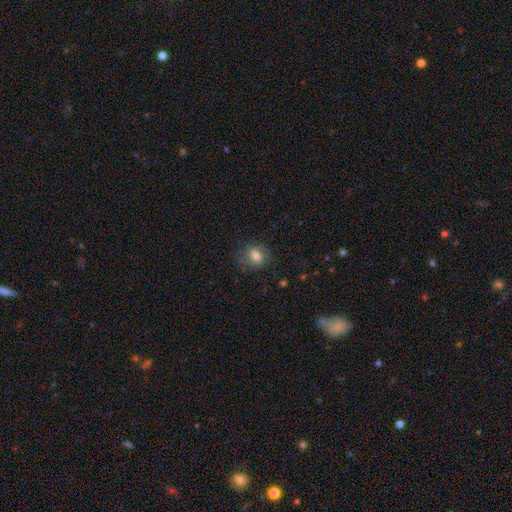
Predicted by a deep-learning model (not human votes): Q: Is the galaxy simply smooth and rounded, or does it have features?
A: smooth — 60%.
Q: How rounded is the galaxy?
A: in between — 55%.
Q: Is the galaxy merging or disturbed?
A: none — 68%.